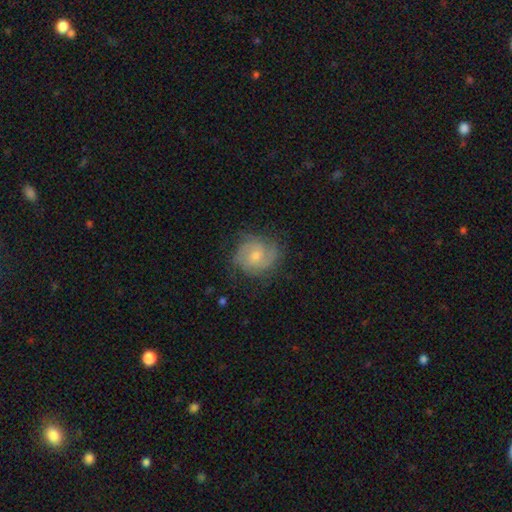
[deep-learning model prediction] smooth-or-featured: featured or disk: 70% | smooth: 22% | star or artifact: 8%
  disk-edge-on: no: 98% | yes: 2%
    bar: no: 65% | weak: 30% | strong: 4%
    has-spiral-arms: yes: 92% | no: 8%
      spiral-winding: tight: 51% | medium: 38% | loose: 11%
      spiral-arm-count: 2: 51% | can't tell: 22% | 3: 15% | 1: 4% | 4: 4% | more than 4: 3%
    bulge-size: small: 51% | moderate: 44% | none: 2% | large: 2% | dominant: 1%
  merging: none: 75% | minor disturbance: 18% | major disturbance: 6% | merger: 1%